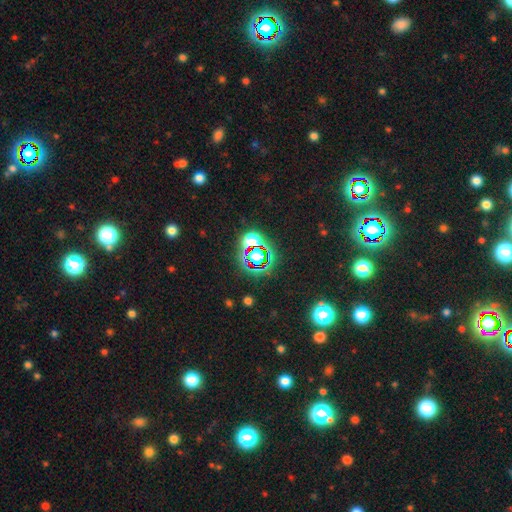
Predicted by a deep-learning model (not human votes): Overall: star or artifact (69%).